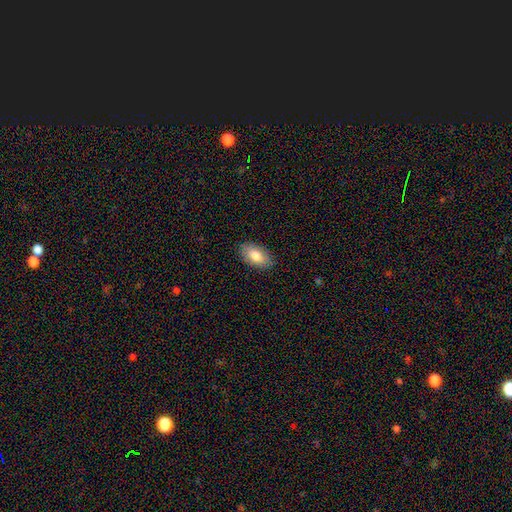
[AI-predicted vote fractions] smooth-or-featured: smooth: 81% | featured or disk: 12% | star or artifact: 7%
  how-rounded: in between: 93% | round: 5% | cigar-shaped: 2%
  merging: none: 86% | minor disturbance: 11% | major disturbance: 2% | merger: 1%